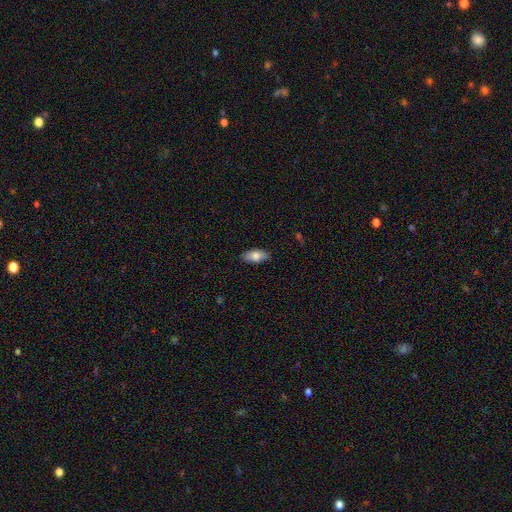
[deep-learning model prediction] This appears to be a smooth galaxy with no disk features (78%) that is in between round and cigar-shaped (87%). Merging: none (86%).